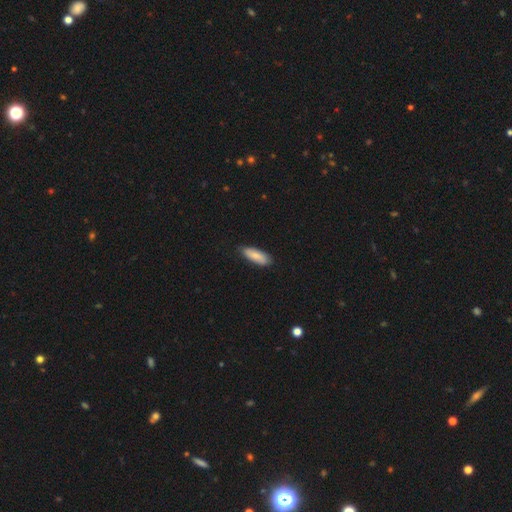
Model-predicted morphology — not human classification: Q: Smooth or featured?
A: smooth (83%); runner-up: featured or disk (12%)
Q: How rounded?
A: in between (66%); runner-up: cigar-shaped (32%)
Q: Merging?
A: none (84%); runner-up: minor disturbance (13%)